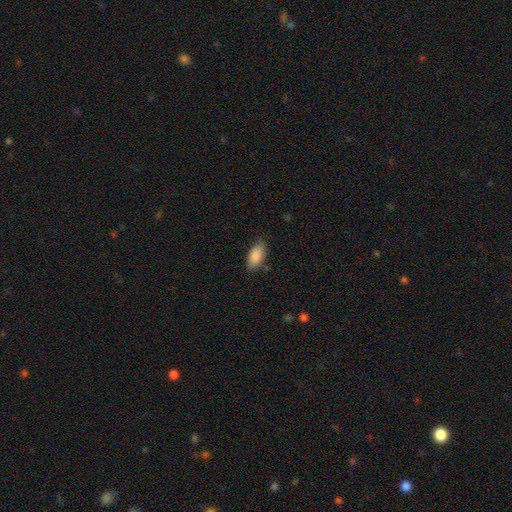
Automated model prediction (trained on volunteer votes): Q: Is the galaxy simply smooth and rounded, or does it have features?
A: smooth — 89%.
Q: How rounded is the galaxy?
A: in between — 91%.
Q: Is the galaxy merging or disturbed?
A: none — 79%.